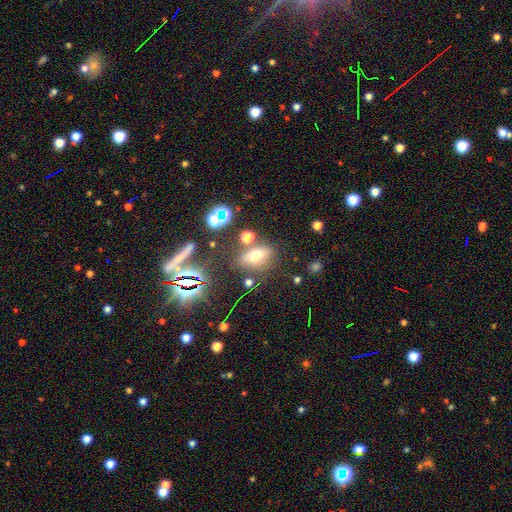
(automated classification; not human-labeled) Smooth or featured?
  - smooth: 57% *
  - star or artifact: 24%
  - featured or disk: 19%
How rounded?
  - in between: 69% *
  - round: 21%
  - cigar-shaped: 10%
Merging?
  - none: 70% *
  - minor disturbance: 14%
  - merger: 10%
  - major disturbance: 6%